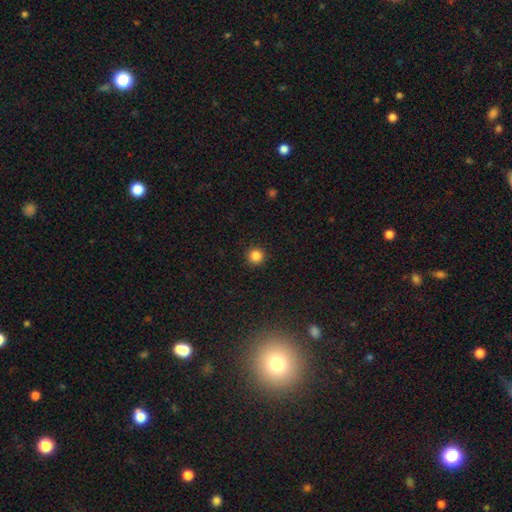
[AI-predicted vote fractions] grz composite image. It shows a smooth galaxy with no disk features (85%) that is round (96%). Merging: none (92%).